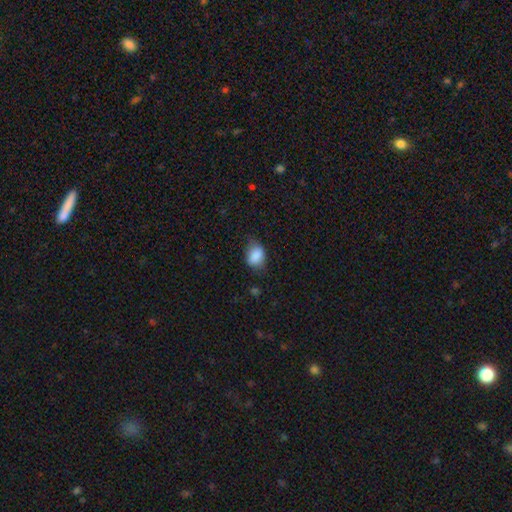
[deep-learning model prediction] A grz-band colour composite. It shows a smooth galaxy with no disk features (85%) that is in between round and cigar-shaped (71%). Merging: none (57%).